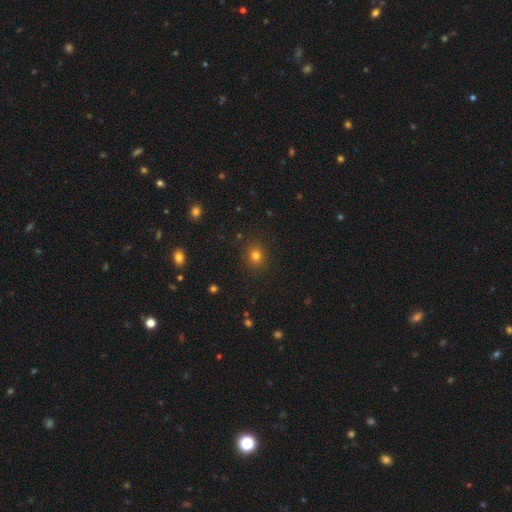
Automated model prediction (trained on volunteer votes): A smooth galaxy with no disk features (79%) that is round (82%). Merging: none (89%).